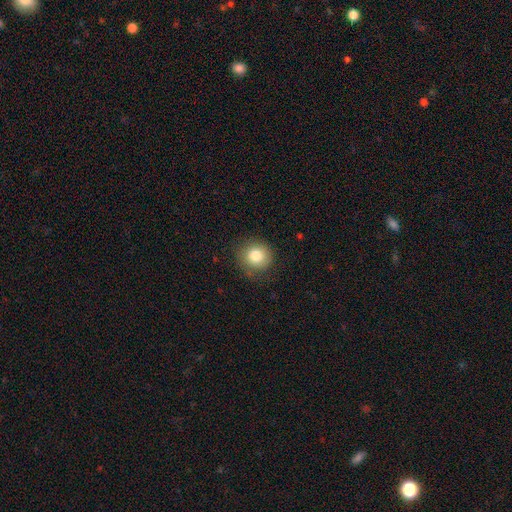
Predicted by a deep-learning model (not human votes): This is clearly a smooth galaxy (81%). How rounded: clearly round (90%). Merging: likely none (78%).